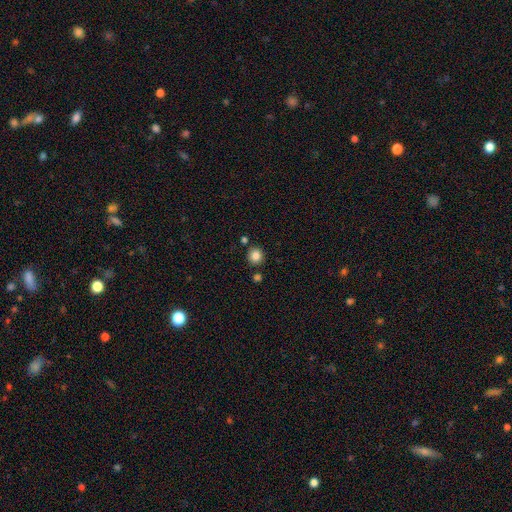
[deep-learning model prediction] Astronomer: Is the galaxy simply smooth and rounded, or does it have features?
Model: smooth — 84%.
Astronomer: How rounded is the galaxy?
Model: round — 88%.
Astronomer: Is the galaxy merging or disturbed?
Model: none — 83%.